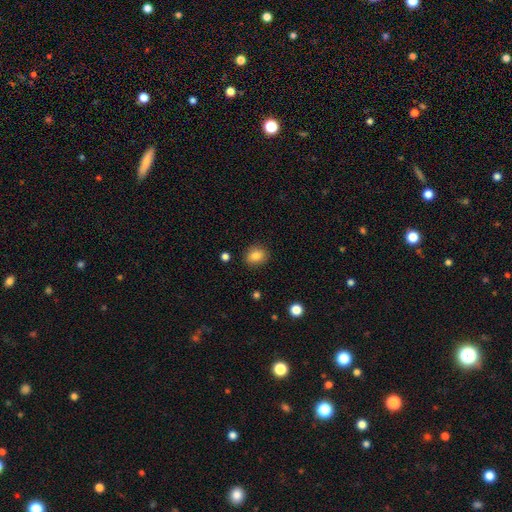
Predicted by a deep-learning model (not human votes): The model was most divided on "how rounded": round: 55%, in between: 44%, cigar-shaped: 1%. More confident: merging — none (88%); smooth or featured — smooth (85%).